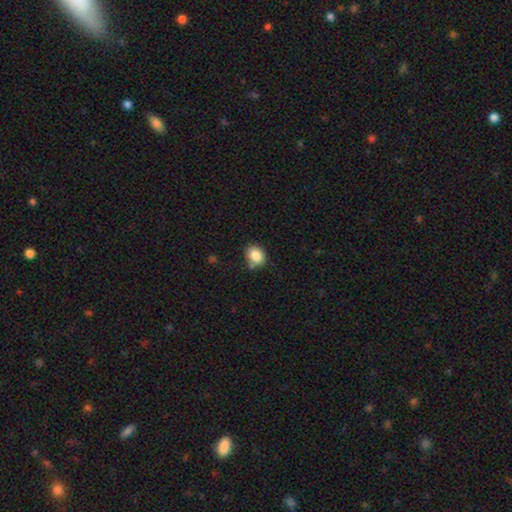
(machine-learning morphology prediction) This appears to be a smooth galaxy with no disk features (85%) that is round (51%). Merging: none (71%).